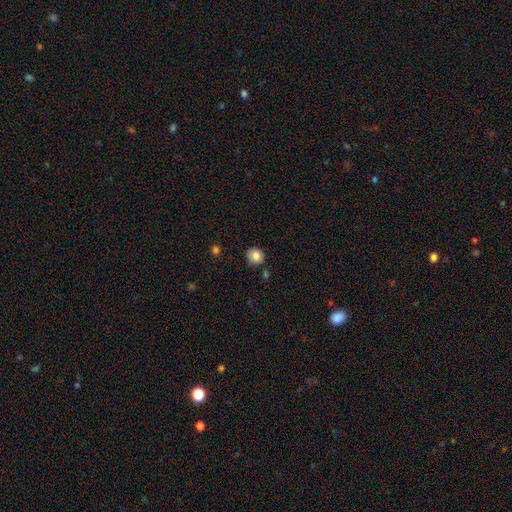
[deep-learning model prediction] A smooth galaxy with no disk features (80%) that is round (82%).

Vote fractions:
- Smooth or featured? smooth: 80% / featured or disk: 10% / star or artifact: 10%
- How rounded? round: 82% / in between: 17% / cigar-shaped: 1%
- Merging? none: 80% / minor disturbance: 14% / merger: 3% / major disturbance: 3%